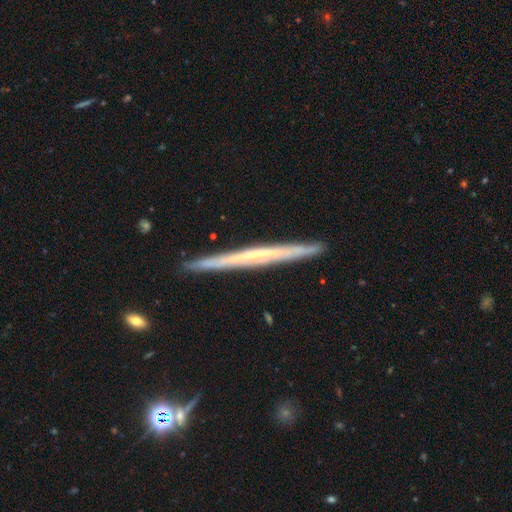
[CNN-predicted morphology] smooth-or-featured: featured or disk: 64% | smooth: 30% | star or artifact: 6%
  disk-edge-on: yes: 97% | no: 3%
    edge-on-bulge: none: 78% | rounded: 17% | boxy: 5%
  merging: none: 91% | minor disturbance: 7% | major disturbance: 1% | merger: 1%